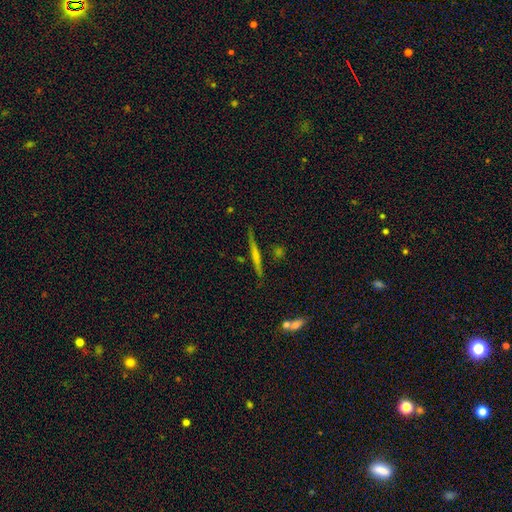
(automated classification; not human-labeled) A featured or disk galaxy (51%) viewed edge-on (96%). Merging: none (85%).